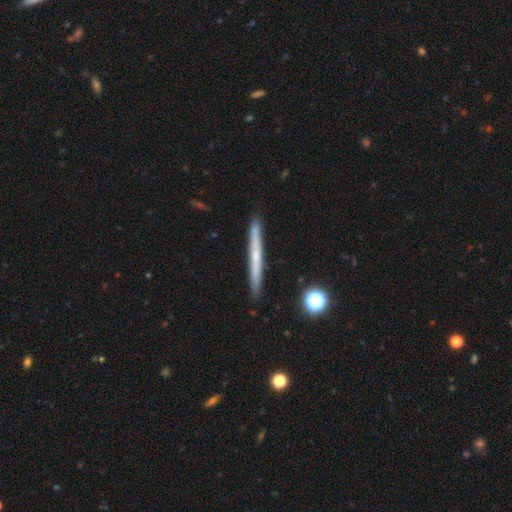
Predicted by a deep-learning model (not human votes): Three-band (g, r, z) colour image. It shows a featured or disk galaxy (51%) viewed edge-on (95%). Merging: none (89%).